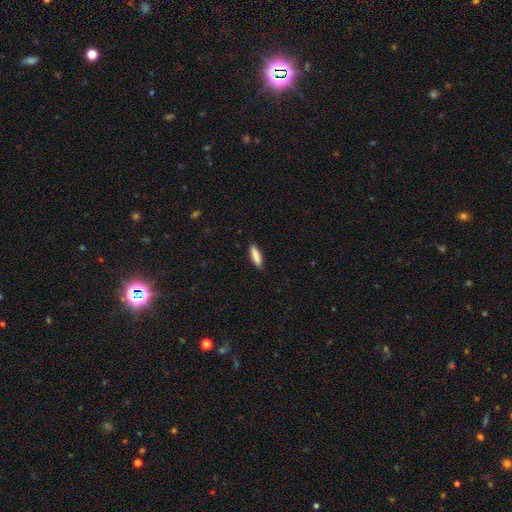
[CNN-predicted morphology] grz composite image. It shows a smooth galaxy with no disk features (87%) that is cigar-shaped (59%). Merging: none (85%).